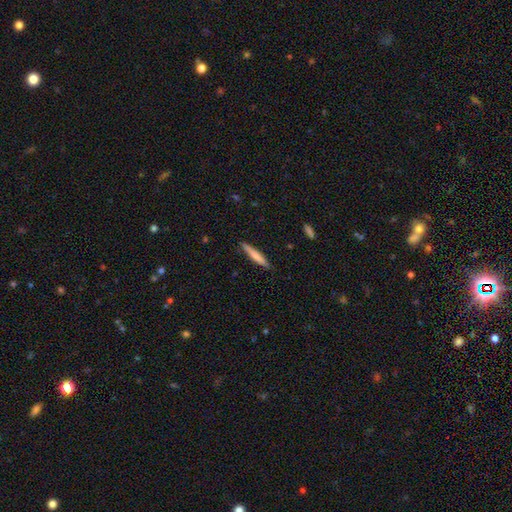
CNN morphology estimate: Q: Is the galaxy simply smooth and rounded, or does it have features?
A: smooth — 67%.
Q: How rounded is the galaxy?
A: cigar-shaped — 93%.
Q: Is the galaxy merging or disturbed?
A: none — 88%.